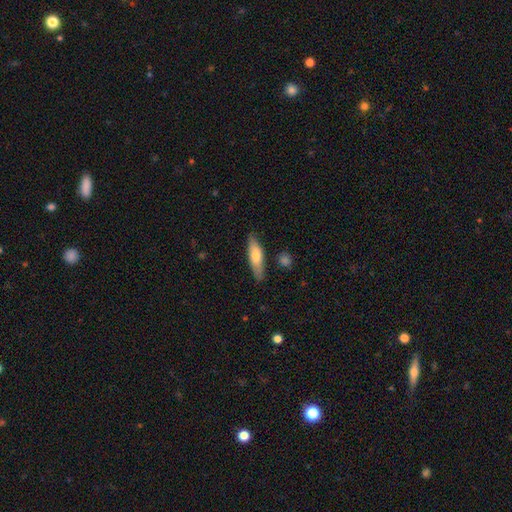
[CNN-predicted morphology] A smooth galaxy with no disk features (64%) that is cigar-shaped (65%).

Vote fractions:
- Smooth or featured? smooth: 64% / featured or disk: 30% / star or artifact: 6%
- How rounded? cigar-shaped: 65% / in between: 33% / round: 2%
- Merging? none: 82% / minor disturbance: 13% / merger: 3% / major disturbance: 2%